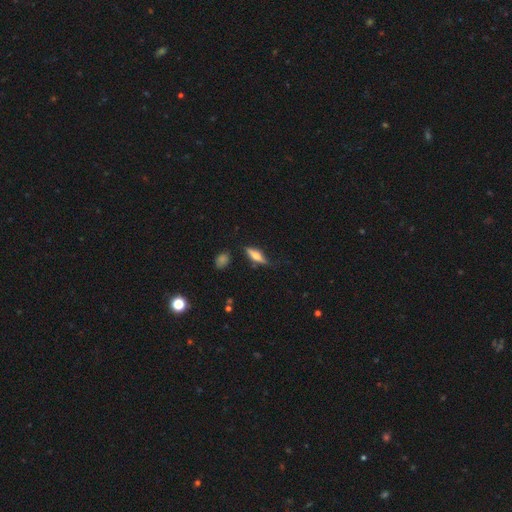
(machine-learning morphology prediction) Smooth or featured? Predicted: featured or disk (p=0.46, tied with smooth). Merging? Predicted: none (p=0.70).